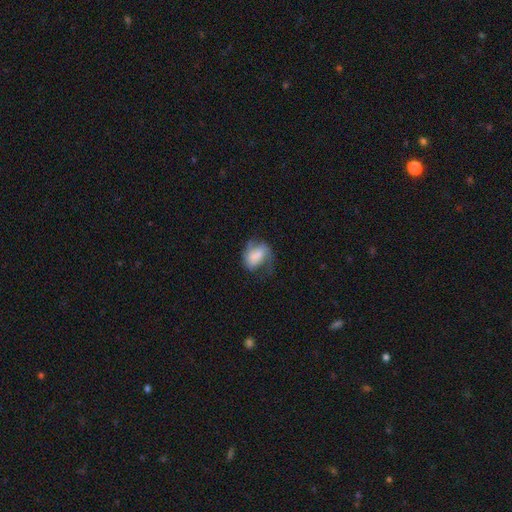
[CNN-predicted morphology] This is possibly a smooth galaxy (46%). Merging: marginally none (40%).